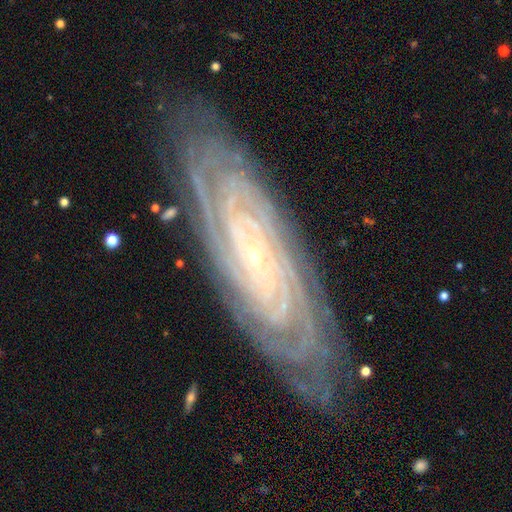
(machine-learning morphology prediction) type=featured or disk (89%); edge-on=no (91%); bar=no (71%); spiral arms=yes (98%); winding=tight (87%); arm count=can't tell (23%); bulge=small (87%); merging=none (84%).